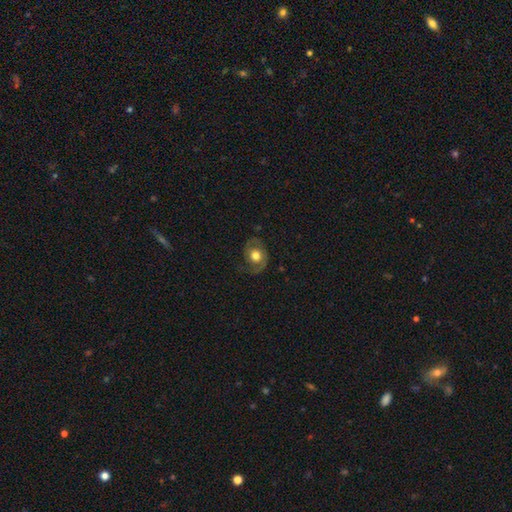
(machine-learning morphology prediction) Smooth or featured?
  - featured or disk: 52% *
  - smooth: 40%
  - star or artifact: 8%
Edge-on disk?
  - no: 96% *
  - yes: 4%
Merging?
  - none: 65% *
  - minor disturbance: 19%
  - major disturbance: 14%
  - merger: 1%